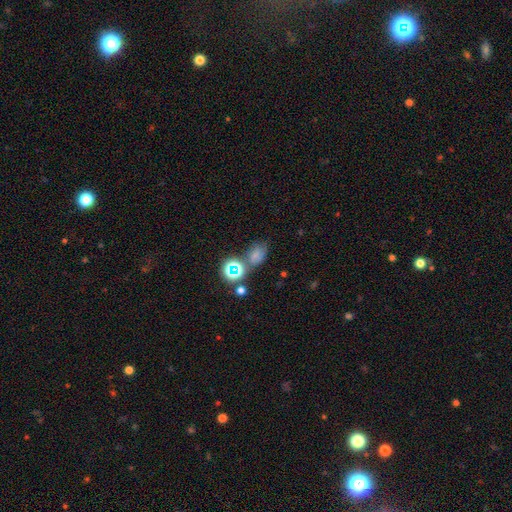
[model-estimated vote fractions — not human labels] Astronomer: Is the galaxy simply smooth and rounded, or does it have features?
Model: smooth — 52% (runner-up: star or artifact, 29%).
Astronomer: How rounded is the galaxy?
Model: in between — 68%.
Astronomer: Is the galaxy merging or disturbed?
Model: none — 46% (runner-up: minor disturbance, 23%).